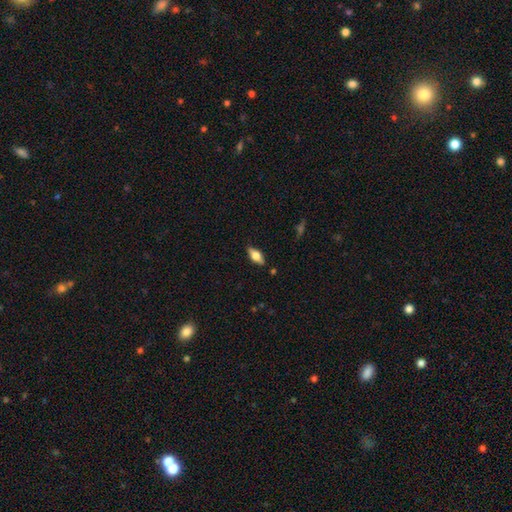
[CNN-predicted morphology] Overall: smooth (56%; featured or disk 37%). How rounded: in between (79%). Merging: none (86%).